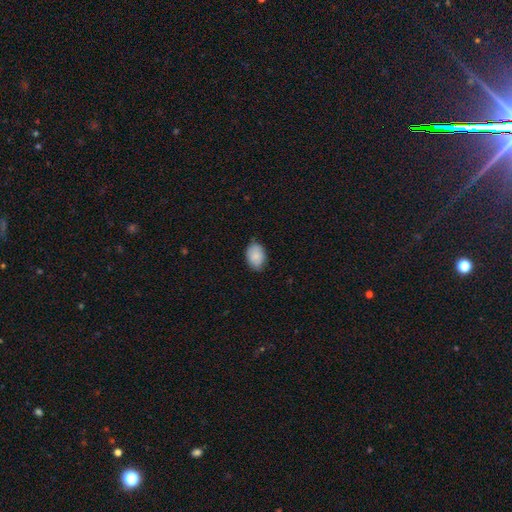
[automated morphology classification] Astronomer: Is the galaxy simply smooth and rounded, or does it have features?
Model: smooth — 86%.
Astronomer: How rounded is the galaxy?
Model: in between — 85%.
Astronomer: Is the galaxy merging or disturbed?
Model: none — 80%.